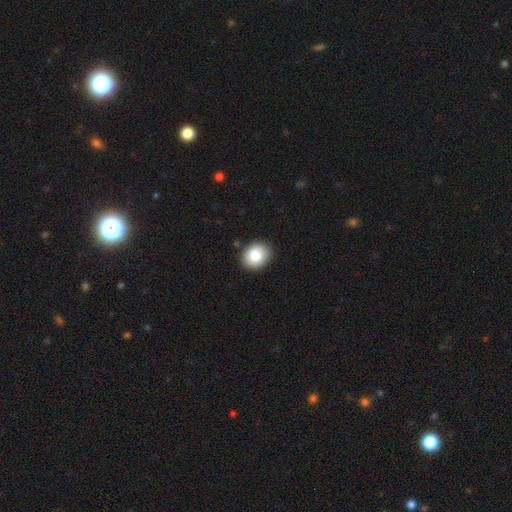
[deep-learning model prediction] Smooth or featured? smooth (84%)
How rounded? round (57%)
Merging? none (87%)